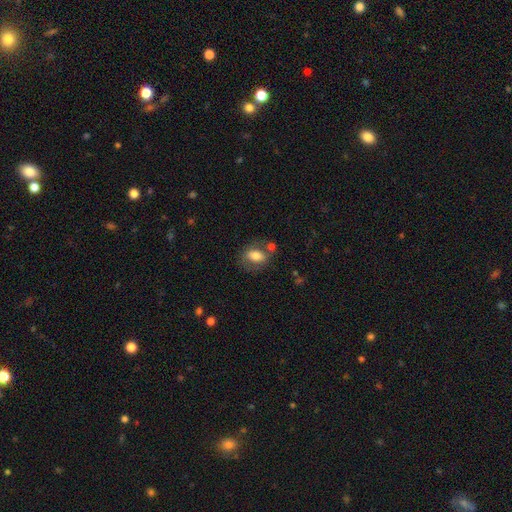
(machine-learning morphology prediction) smooth 69%, featured or disk 23%, star or artifact 8%. Down the decision tree: how rounded — in between (77%); merging — none (60%).